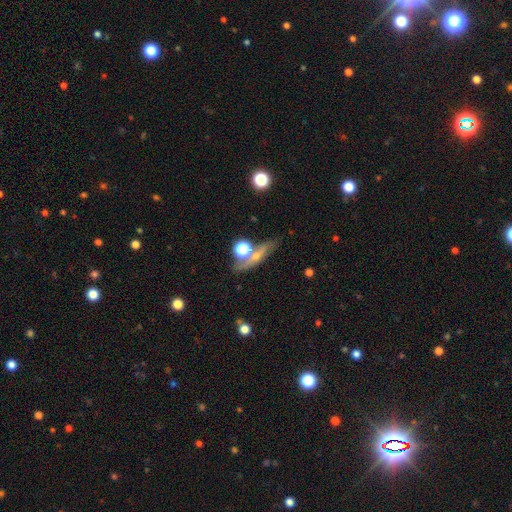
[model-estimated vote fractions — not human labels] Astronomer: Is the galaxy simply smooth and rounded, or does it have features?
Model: featured or disk — 48% (runner-up: smooth, 38%).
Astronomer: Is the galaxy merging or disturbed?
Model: none — 68%.